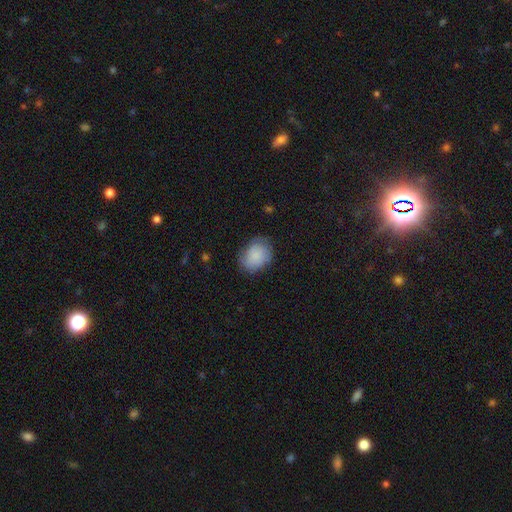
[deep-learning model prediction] Smooth or featured: smooth — 83% (featured or disk — 10%)
How rounded: in between — 57% (round — 42%)
Merging: none — 67% (minor disturbance — 25%)